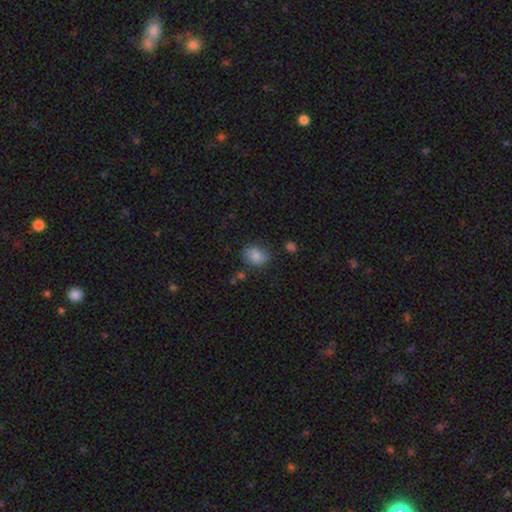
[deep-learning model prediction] A smooth galaxy with no disk features (76%) that is in between round and cigar-shaped (55%). Merging: none (69%).